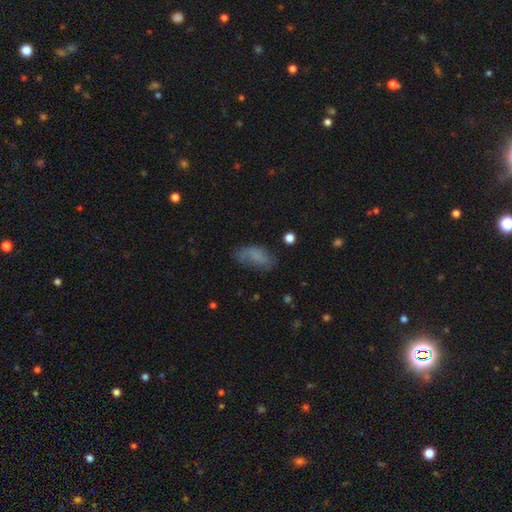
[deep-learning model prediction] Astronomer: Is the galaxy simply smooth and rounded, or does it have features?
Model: smooth — 72%.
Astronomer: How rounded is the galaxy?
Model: in between — 89%.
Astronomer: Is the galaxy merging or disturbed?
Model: none — 56%.